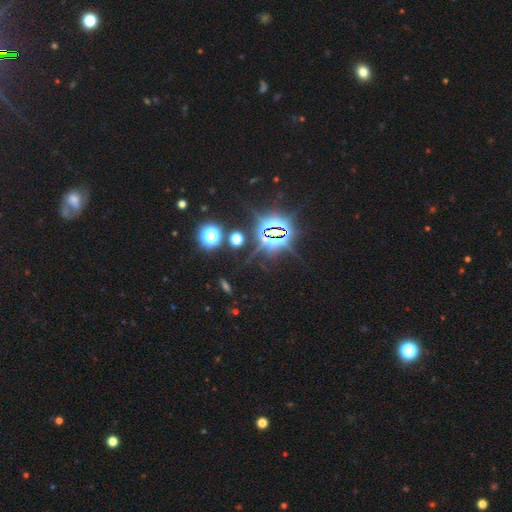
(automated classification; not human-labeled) Smooth or featured? Predicted: star or artifact (p=0.84).